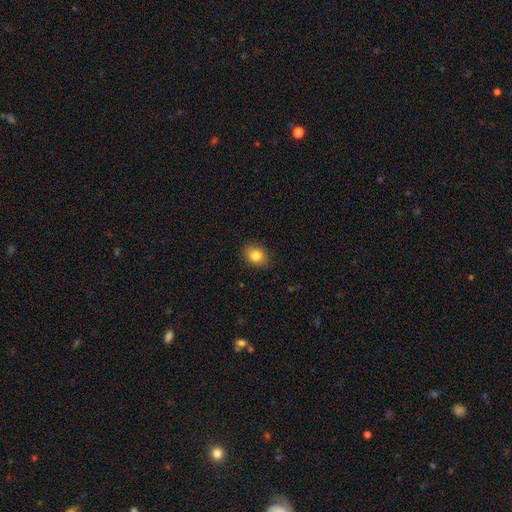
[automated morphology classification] smooth_or_featured: smooth (p=0.83) [alt: star or artifact p=0.10]
how_rounded: in between (p=0.52) [alt: round p=0.47]
merging: none (p=0.87) [alt: minor disturbance p=0.09]